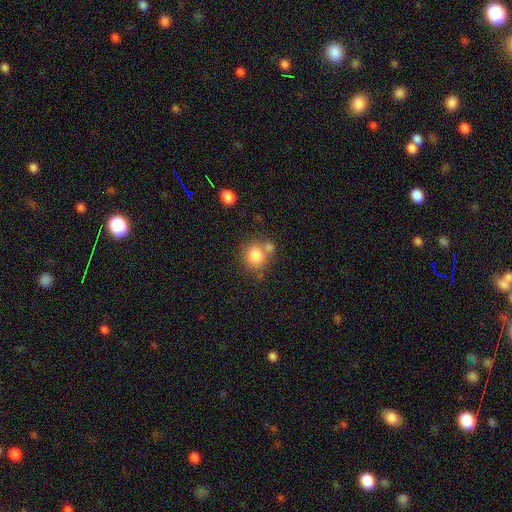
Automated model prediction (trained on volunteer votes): Morphology: type=smooth (81%); roundness=round (75%); merging=none (55%).